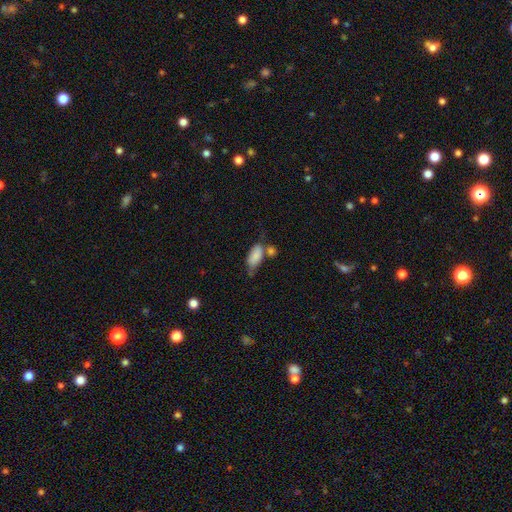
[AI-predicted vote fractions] Smooth or featured? smooth (82%)
How rounded? in between (89%)
Merging? none (39%)